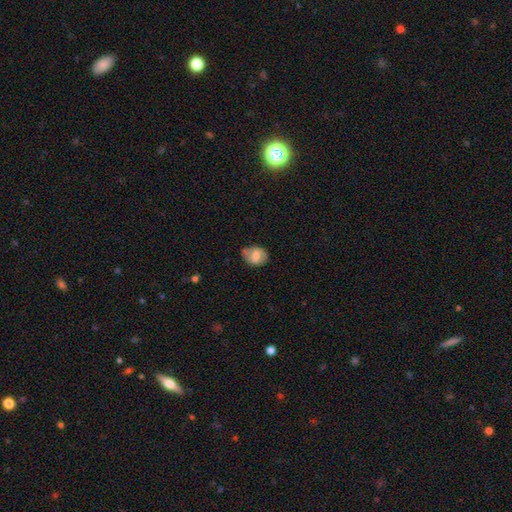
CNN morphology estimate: A featured or disk galaxy (54%) with a weak bar (49%), spiral arms (76%) and a moderate central bulge (47%). Merging: none (72%).